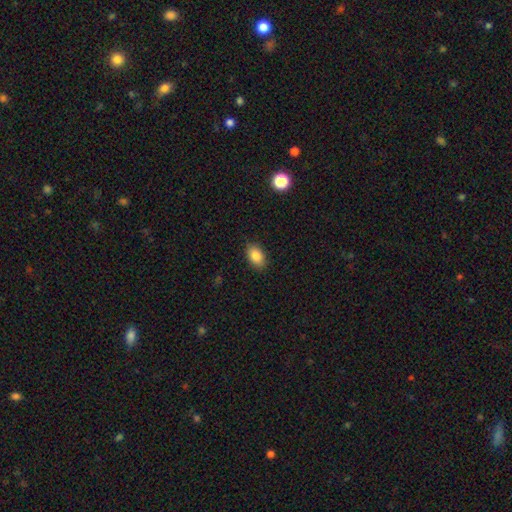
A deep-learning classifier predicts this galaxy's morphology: This is clearly a smooth galaxy (86%). How rounded: clearly in between (87%). Merging: clearly none (87%).